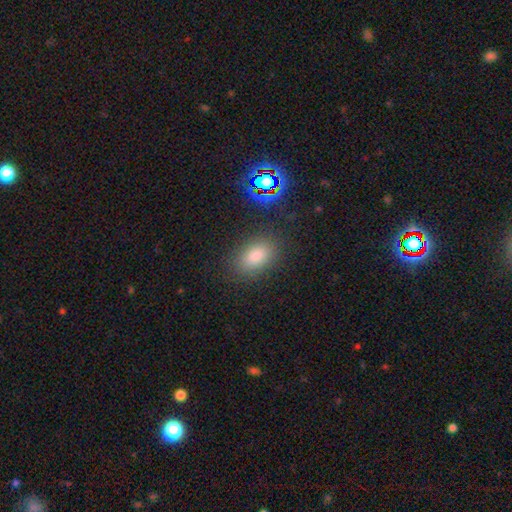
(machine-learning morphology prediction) smooth 78%, star or artifact 15%, featured or disk 7%. Down the decision tree: how rounded — in between (86%); merging — none (84%).